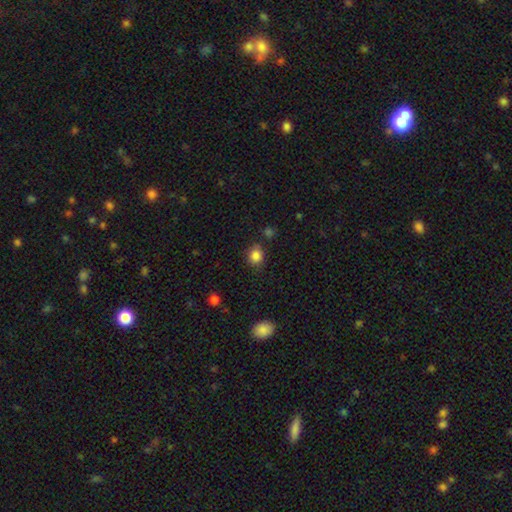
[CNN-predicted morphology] This is clearly a smooth galaxy (85%). How rounded: likely round (69%). Merging: likely none (80%).